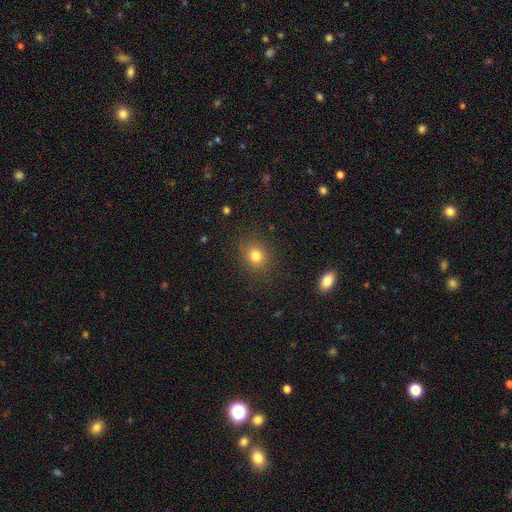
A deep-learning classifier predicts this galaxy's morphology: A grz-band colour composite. It shows a smooth galaxy with no disk features (79%) that is round (64%). Merging: none (84%).